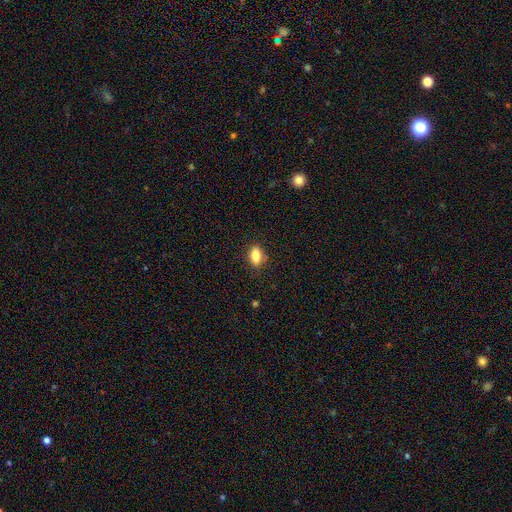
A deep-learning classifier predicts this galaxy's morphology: This is clearly a smooth galaxy (82%). How rounded: clearly in between (85%). Merging: clearly none (82%).